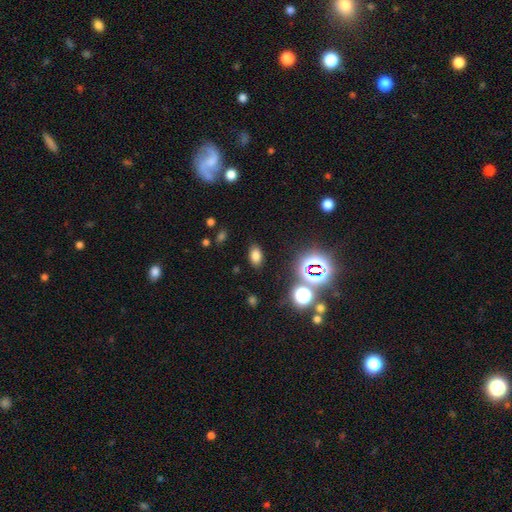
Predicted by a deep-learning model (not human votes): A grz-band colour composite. It shows a smooth galaxy with no disk features (72%) that is in between round and cigar-shaped (87%). Merging: none (85%).